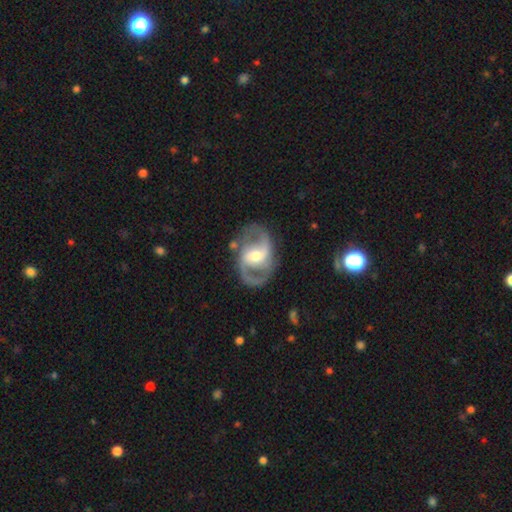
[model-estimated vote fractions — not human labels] Smooth or featured? featured or disk (90%)
Edge-on disk? no (97%)
Bar? weak (45%)
Spiral arms? yes (97%)
Spiral winding? medium (60%)
Spiral arm count? 2 (92%)
Bulge size? moderate (66%)
Merging? none (80%)